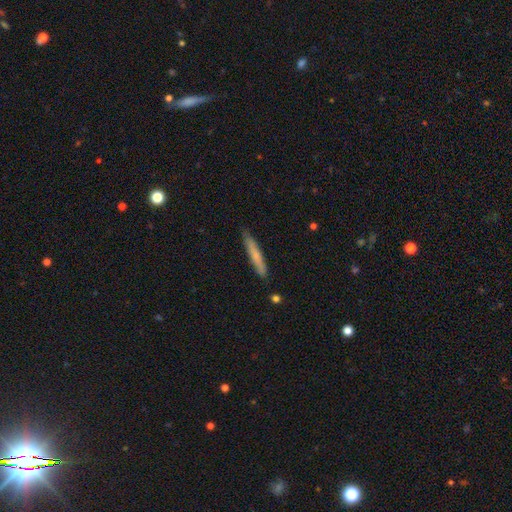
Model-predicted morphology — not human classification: A smooth galaxy with no disk features (69%) that is cigar-shaped (95%).

Vote fractions:
- Smooth or featured? smooth: 69% / featured or disk: 25% / star or artifact: 6%
- How rounded? cigar-shaped: 95% / in between: 4% / round: 1%
- Merging? none: 84% / minor disturbance: 12% / major disturbance: 2% / merger: 2%